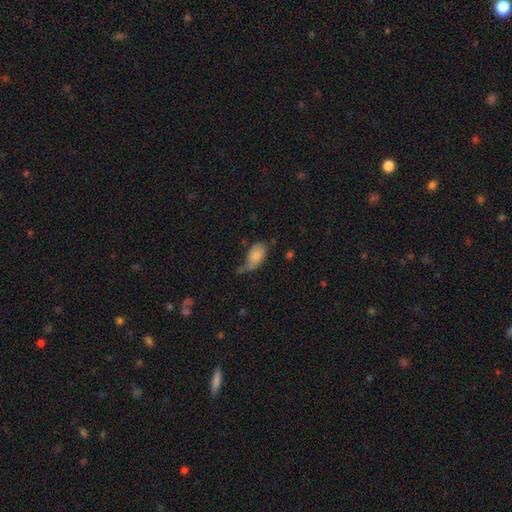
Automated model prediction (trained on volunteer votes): smooth 75%, featured or disk 18%, star or artifact 8%. Down the decision tree: how rounded — in between (92%); merging — minor disturbance (33%).